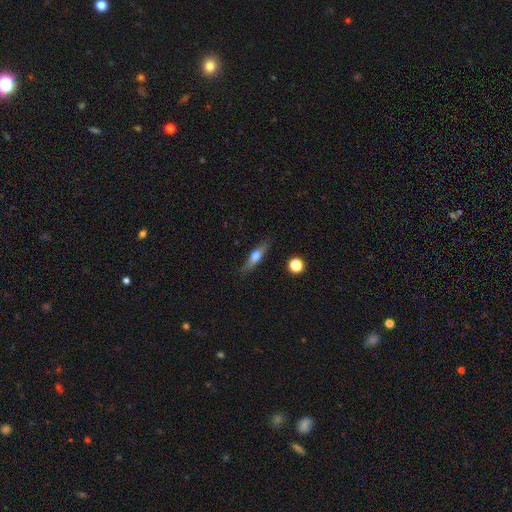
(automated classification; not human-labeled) Smooth or featured?
  - featured or disk: 48% *
  - smooth: 45%
  - star or artifact: 7%
Merging?
  - none: 86% *
  - minor disturbance: 10%
  - major disturbance: 2%
  - merger: 2%